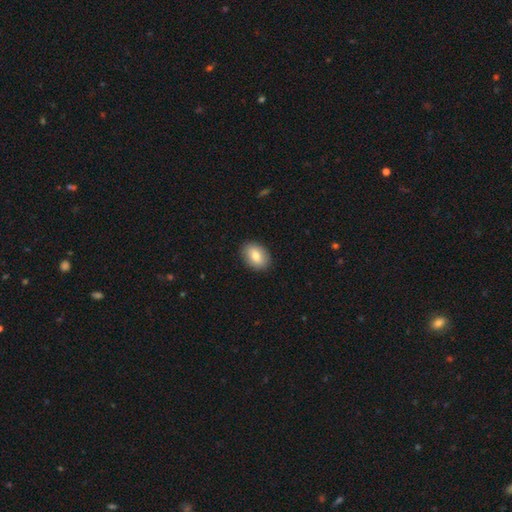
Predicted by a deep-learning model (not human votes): Q: Smooth or featured?
A: smooth (78%); runner-up: featured or disk (14%)
Q: How rounded?
A: in between (76%); runner-up: round (22%)
Q: Merging?
A: none (90%); runner-up: minor disturbance (8%)